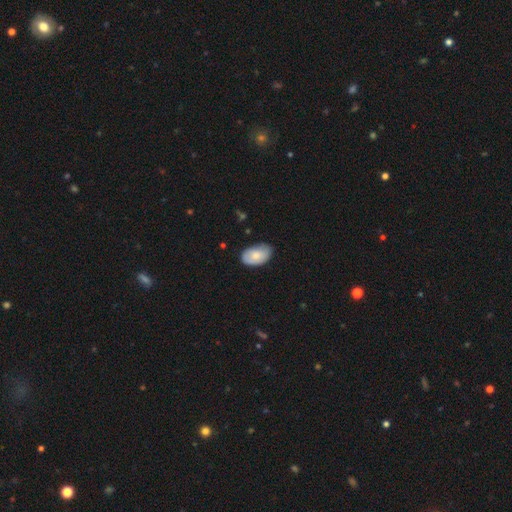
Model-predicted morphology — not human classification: This appears to be a smooth galaxy with no disk features (77%) that is in between round and cigar-shaped (93%). Merging: none (72%).